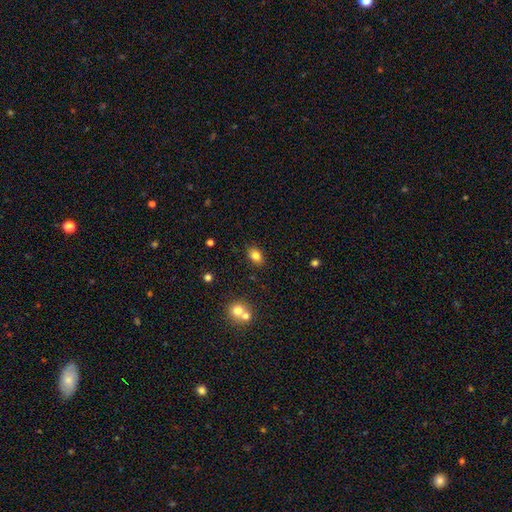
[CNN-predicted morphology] A smooth galaxy with no disk features (81%) that is in between round and cigar-shaped (79%).

Vote fractions:
- Smooth or featured? smooth: 81% / star or artifact: 10% / featured or disk: 9%
- How rounded? in between: 79% / round: 20% / cigar-shaped: 1%
- Merging? none: 84% / minor disturbance: 10% / merger: 3% / major disturbance: 3%